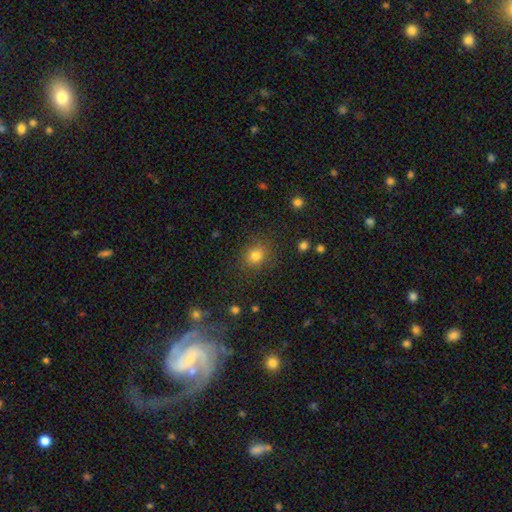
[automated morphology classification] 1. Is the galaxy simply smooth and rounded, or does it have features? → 79% smooth, 14% star or artifact, 7% featured or disk.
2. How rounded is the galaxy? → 76% round, 23% in between, 1% cigar-shaped.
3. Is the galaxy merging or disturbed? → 83% none, 11% minor disturbance, 4% major disturbance, 2% merger.